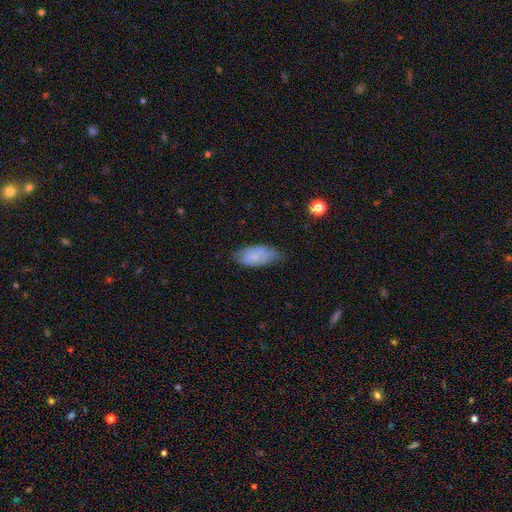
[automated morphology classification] Smooth or featured: smooth — 71% (featured or disk — 22%)
How rounded: in between — 90% (cigar-shaped — 8%)
Merging: none — 63% (minor disturbance — 29%)